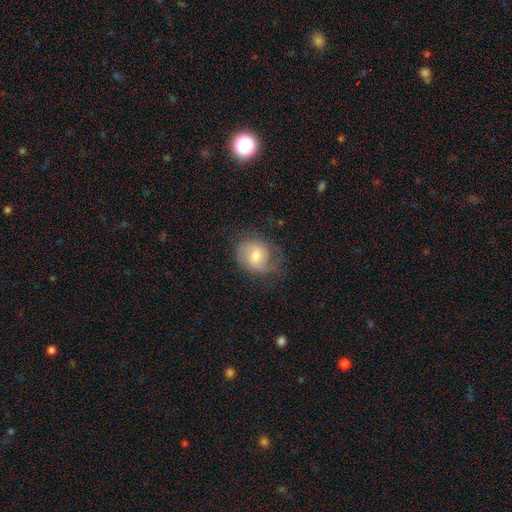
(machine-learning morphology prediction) A smooth galaxy with no disk features (55%) that is round (65%). Merging: none (57%).